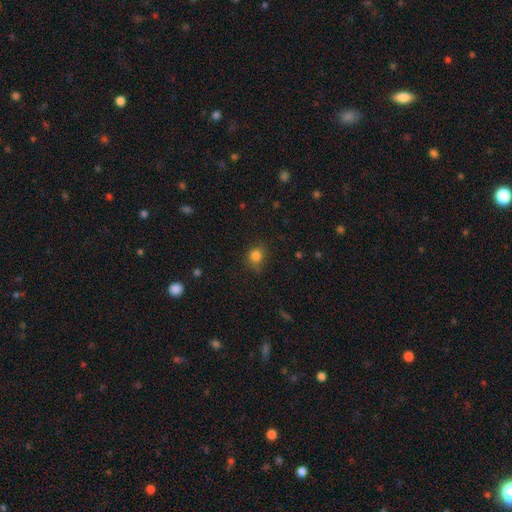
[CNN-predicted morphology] Smooth or featured: smooth — 83% (star or artifact — 12%)
How rounded: round — 79% (in between — 20%)
Merging: none — 74% (minor disturbance — 19%)